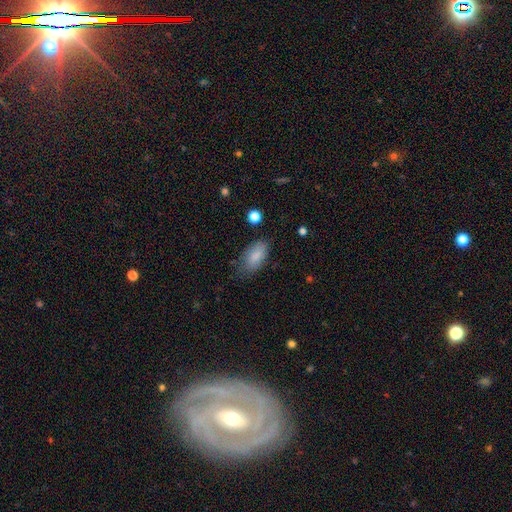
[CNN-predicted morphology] Smooth or featured? Predicted: smooth (p=0.85). How rounded? Predicted: in between (p=0.91). Merging? Predicted: none (p=0.70).